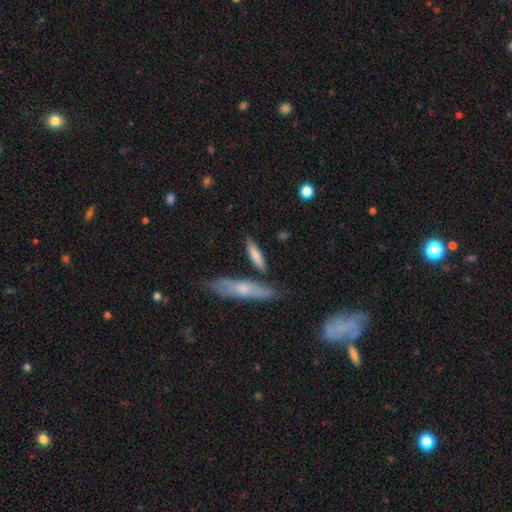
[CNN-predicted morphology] Smooth or featured? Predicted: smooth (p=0.74). How rounded? Predicted: cigar-shaped (p=0.70). Merging? Predicted: none (p=0.70).